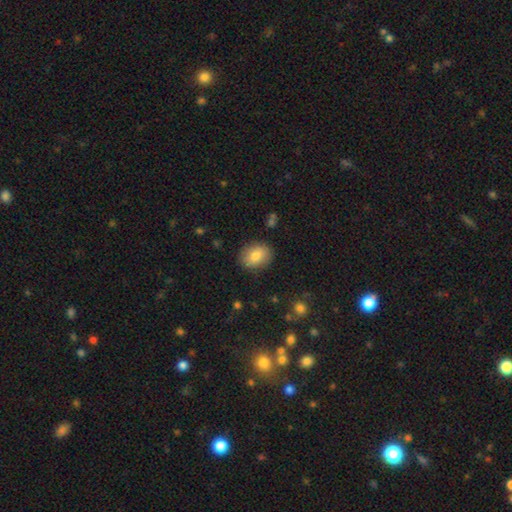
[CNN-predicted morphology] The model was most divided on "how rounded": in between: 62%, round: 37%, cigar-shaped: 1%. More confident: merging — none (85%); smooth or featured — smooth (81%).